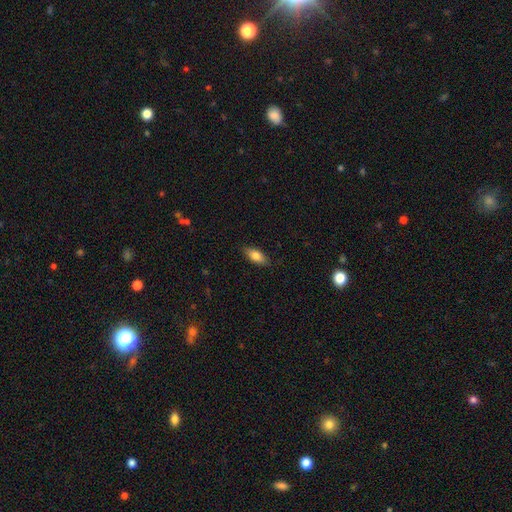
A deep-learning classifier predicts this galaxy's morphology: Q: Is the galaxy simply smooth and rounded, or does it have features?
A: smooth — 79%.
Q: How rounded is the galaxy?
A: in between — 84%.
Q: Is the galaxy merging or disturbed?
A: none — 86%.